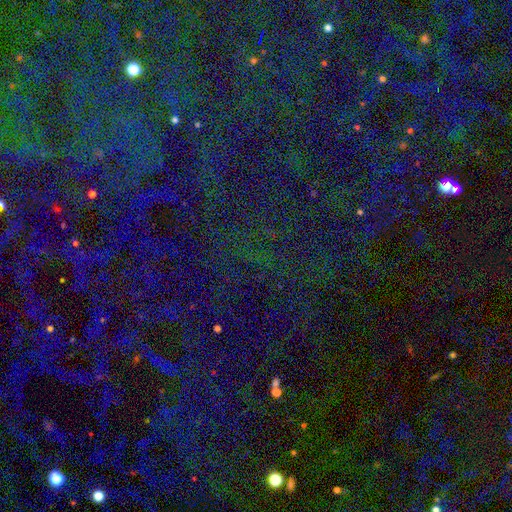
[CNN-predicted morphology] smooth-or-featured: star or artifact: 84% | smooth: 9% | featured or disk: 7%